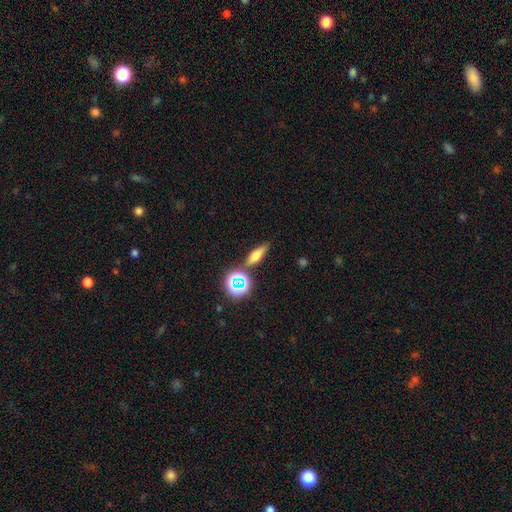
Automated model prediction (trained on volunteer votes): Q: Smooth or featured?
A: smooth (51%); runner-up: featured or disk (31%)
Q: How rounded?
A: cigar-shaped (48%); runner-up: in between (39%)
Q: Merging?
A: none (79%); runner-up: minor disturbance (10%)